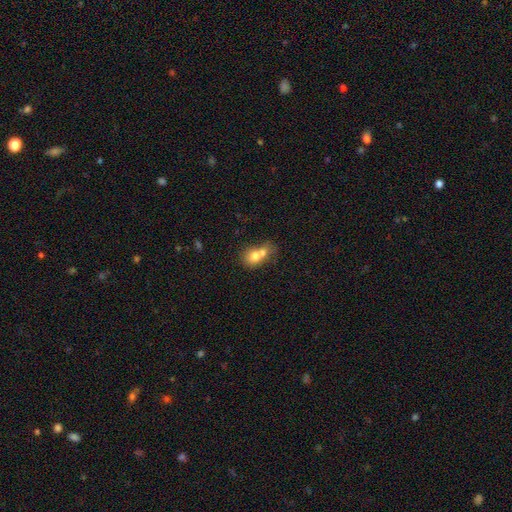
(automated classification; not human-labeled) smooth_or_featured: smooth (p=0.71) [alt: featured or disk p=0.20]
how_rounded: round (p=0.56) [alt: in between p=0.42]
merging: merger (p=0.69) [alt: none p=0.19]